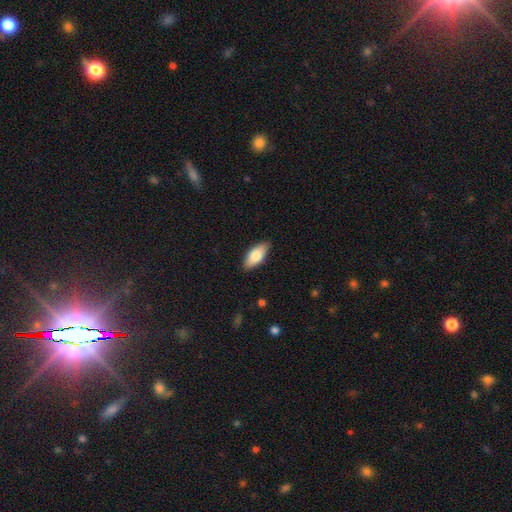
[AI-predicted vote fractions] Overall: smooth (78%). How rounded: in between (85%). Merging: none (86%).